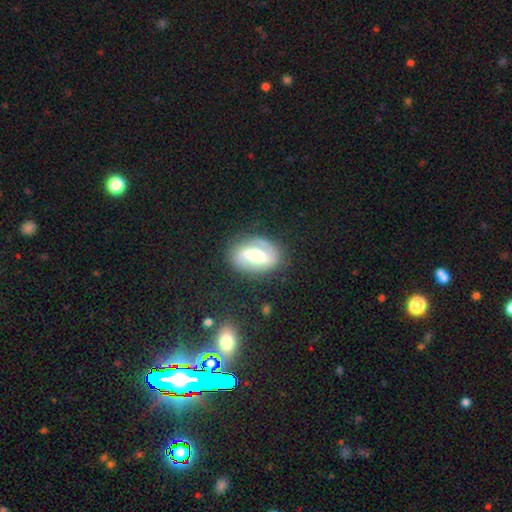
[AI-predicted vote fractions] smooth_or_featured: featured or disk (p=0.69) [alt: smooth p=0.25]
disk_edge_on: no (p=0.94) [alt: yes p=0.06]
bar: strong (p=0.50) [alt: weak p=0.33]
has_spiral_arms: yes (p=0.72) [alt: no p=0.28]
bulge_size: moderate (p=0.56) [alt: large p=0.28]
merging: none (p=0.78) [alt: minor disturbance p=0.14]